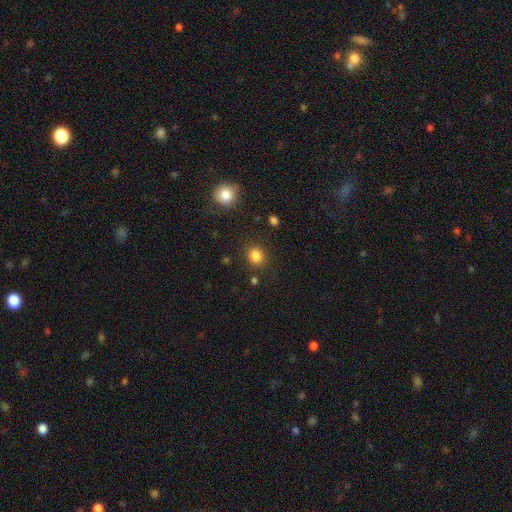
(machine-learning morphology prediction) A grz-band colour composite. It shows a smooth galaxy with no disk features (84%) that is round (70%). Merging: none (85%).